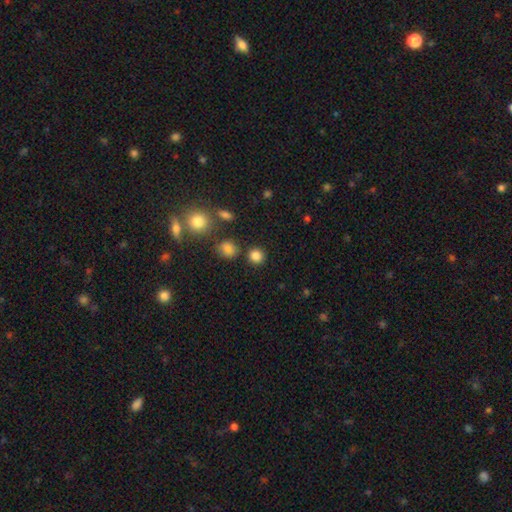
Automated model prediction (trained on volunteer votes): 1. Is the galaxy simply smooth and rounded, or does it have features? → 84% smooth, 12% star or artifact, 4% featured or disk.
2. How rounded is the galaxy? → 89% round, 10% in between, 1% cigar-shaped.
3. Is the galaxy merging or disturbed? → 84% none, 7% minor disturbance, 6% merger, 3% major disturbance.